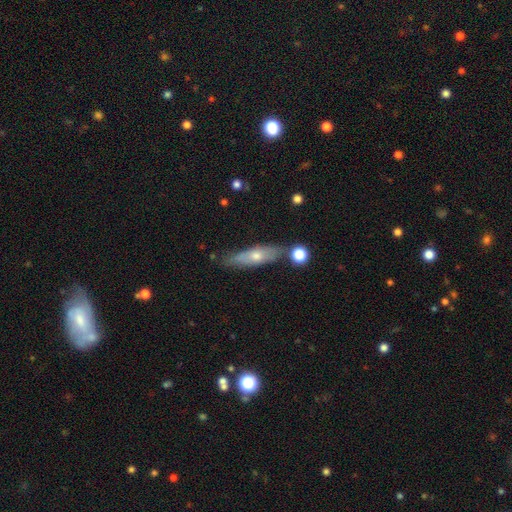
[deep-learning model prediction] This appears to be a smooth galaxy with no disk features (48%). Merging: none (73%).